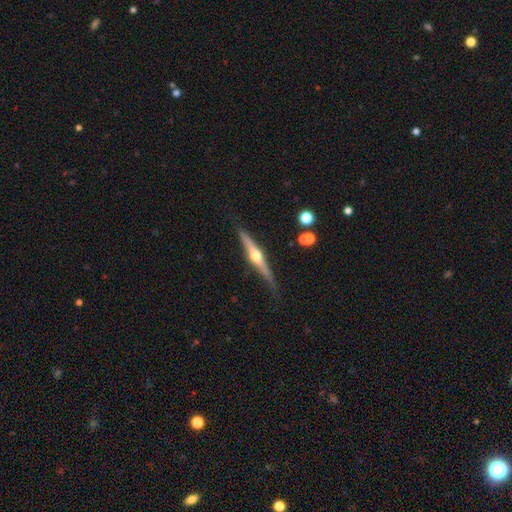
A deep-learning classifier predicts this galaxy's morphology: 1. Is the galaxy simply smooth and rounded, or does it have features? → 75% featured or disk, 19% smooth, 5% star or artifact.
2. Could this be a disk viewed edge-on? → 97% yes, 3% no.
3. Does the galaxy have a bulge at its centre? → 95% rounded, 3% none, 3% boxy.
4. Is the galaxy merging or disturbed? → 81% none, 14% minor disturbance, 3% major disturbance, 2% merger.